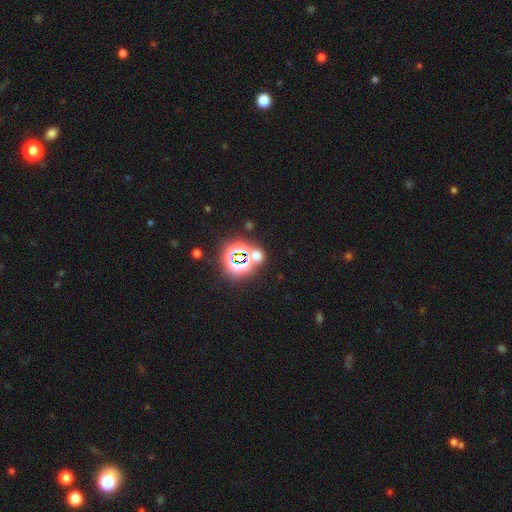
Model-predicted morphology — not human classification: Smooth or featured? Predicted: star or artifact (p=0.56).